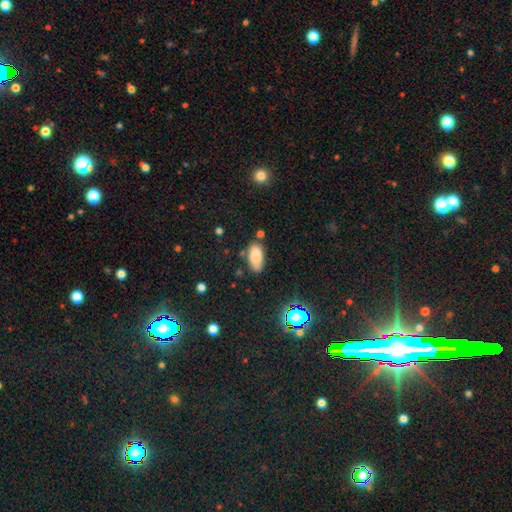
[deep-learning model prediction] Smooth or featured?
  - smooth: 81% *
  - star or artifact: 10%
  - featured or disk: 9%
How rounded?
  - in between: 90% *
  - cigar-shaped: 7%
  - round: 3%
Merging?
  - none: 67% *
  - minor disturbance: 22%
  - merger: 6%
  - major disturbance: 5%